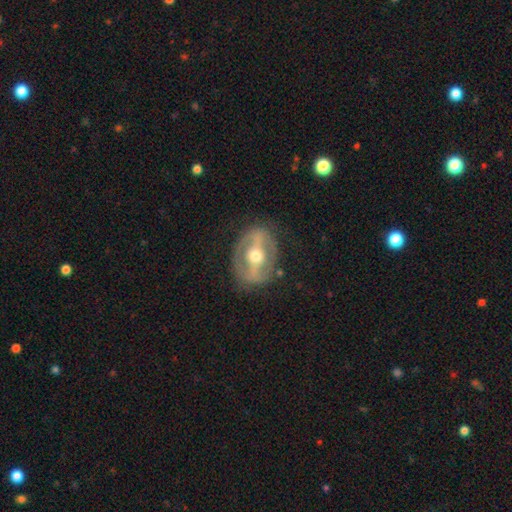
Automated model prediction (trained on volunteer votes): A featured or disk galaxy (76%) with a strong bar (59%), no spiral arms (58%) and a moderate central bulge (73%). Merging: none (77%).